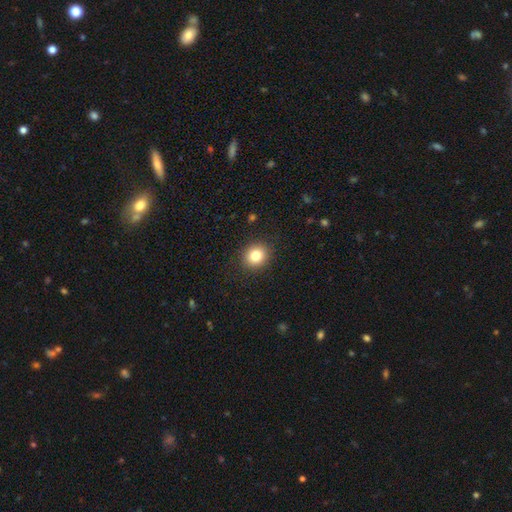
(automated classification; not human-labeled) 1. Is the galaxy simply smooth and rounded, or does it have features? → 82% smooth, 11% star or artifact, 7% featured or disk.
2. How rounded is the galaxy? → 78% round, 21% in between, 1% cigar-shaped.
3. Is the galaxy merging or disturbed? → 90% none, 7% minor disturbance, 2% major disturbance, 1% merger.